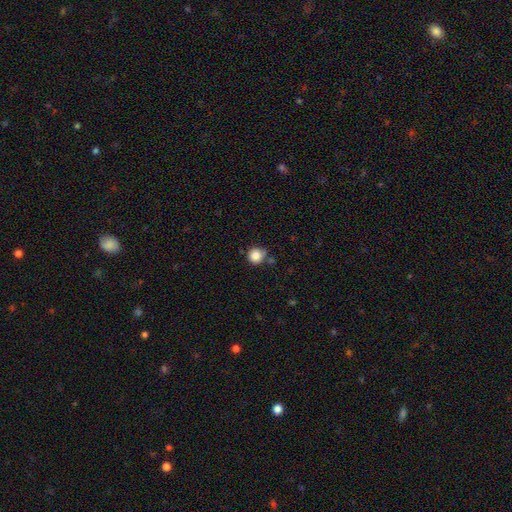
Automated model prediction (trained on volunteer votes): smooth-or-featured: smooth: 85% | star or artifact: 10% | featured or disk: 5%
  how-rounded: round: 93% | in between: 6% | cigar-shaped: 1%
  merging: none: 71% | minor disturbance: 16% | merger: 9% | major disturbance: 4%